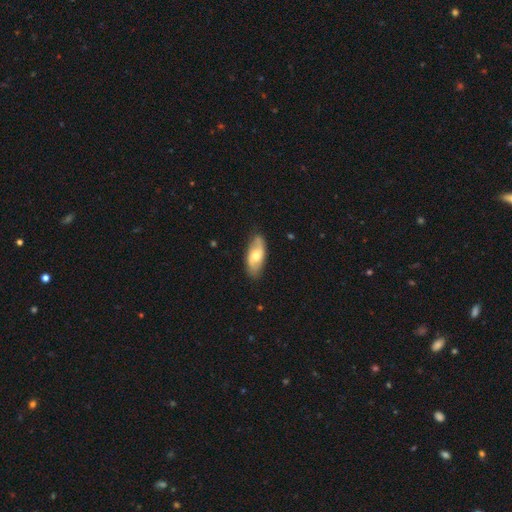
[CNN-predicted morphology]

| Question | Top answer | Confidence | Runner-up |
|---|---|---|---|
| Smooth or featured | featured or disk | 50% | smooth (45%) |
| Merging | none | 82% | minor disturbance (14%) |